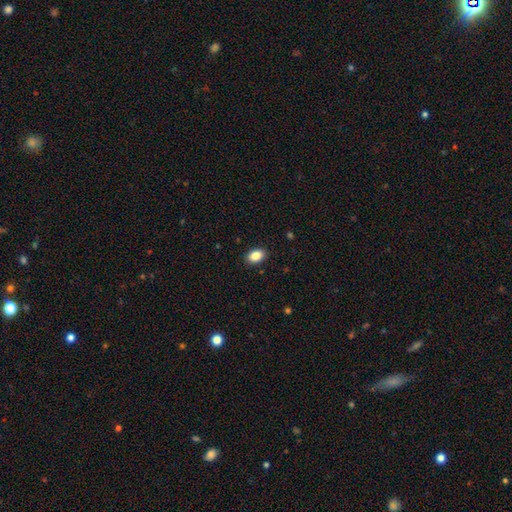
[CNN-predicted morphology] smooth_or_featured: smooth (p=0.86) [alt: star or artifact p=0.08]
how_rounded: in between (p=0.87) [alt: round p=0.12]
merging: none (p=0.90) [alt: minor disturbance p=0.08]